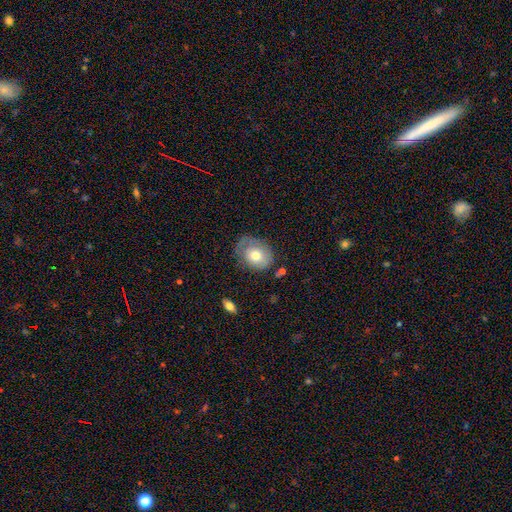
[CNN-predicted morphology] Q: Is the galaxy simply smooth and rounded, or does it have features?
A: smooth — 68%.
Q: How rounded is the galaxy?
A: in between — 50%.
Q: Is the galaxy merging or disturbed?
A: none — 57%.